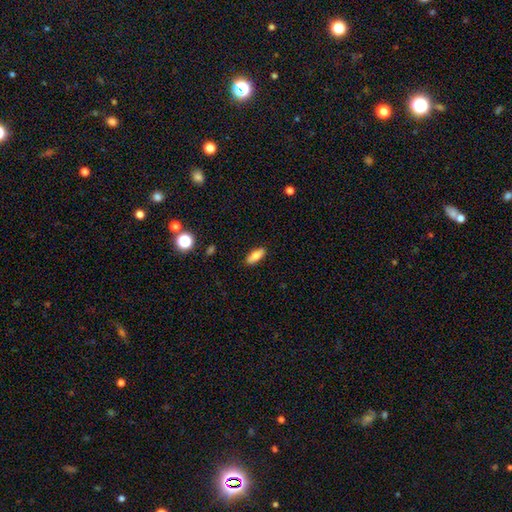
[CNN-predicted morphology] A smooth galaxy with no disk features (78%) that is in between round and cigar-shaped (71%).

Vote fractions:
- Smooth or featured? smooth: 78% / featured or disk: 14% / star or artifact: 7%
- How rounded? in between: 71% / cigar-shaped: 26% / round: 3%
- Merging? none: 88% / minor disturbance: 9% / major disturbance: 2% / merger: 1%